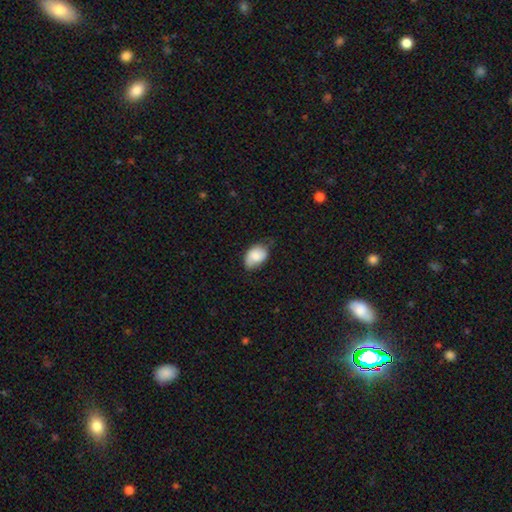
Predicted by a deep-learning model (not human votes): Smooth or featured: smooth — 78% (featured or disk — 15%)
How rounded: in between — 83% (round — 16%)
Merging: none — 54% (minor disturbance — 36%)